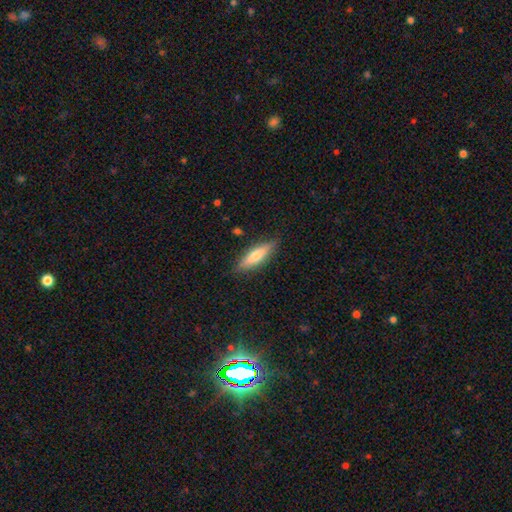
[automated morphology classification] A smooth galaxy with no disk features (63%) that is cigar-shaped (71%).

Vote fractions:
- Smooth or featured? smooth: 63% / featured or disk: 31% / star or artifact: 6%
- How rounded? cigar-shaped: 71% / in between: 28% / round: 2%
- Merging? none: 86% / minor disturbance: 10% / major disturbance: 2% / merger: 1%